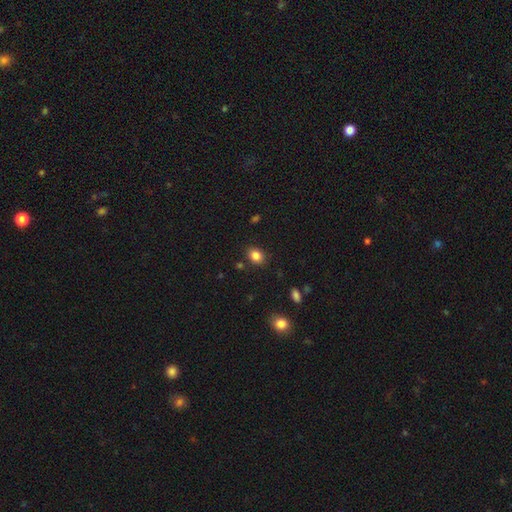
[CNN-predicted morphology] Smooth or featured: smooth — 84% (star or artifact — 10%)
How rounded: in between — 58% (round — 41%)
Merging: none — 86% (minor disturbance — 9%)